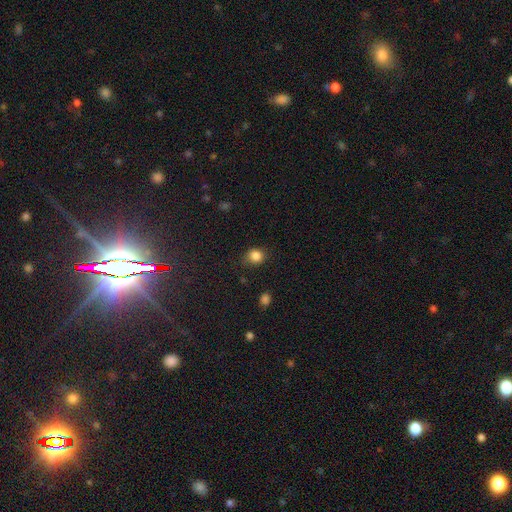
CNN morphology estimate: This appears to be a smooth galaxy with no disk features (84%) that is round (76%). Merging: none (78%).